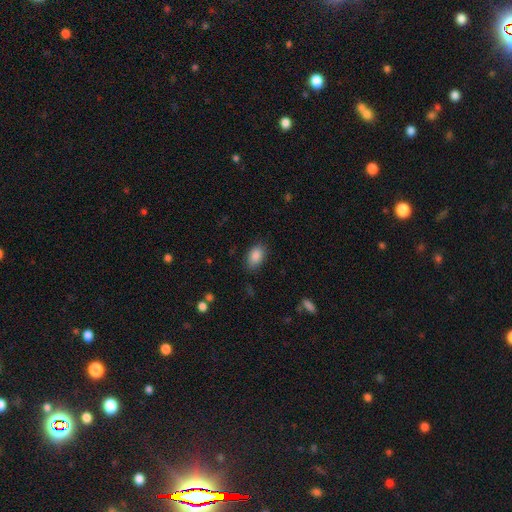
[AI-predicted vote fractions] Smooth or featured? Predicted: smooth (p=0.88). How rounded? Predicted: in between (p=0.87). Merging? Predicted: none (p=0.81).